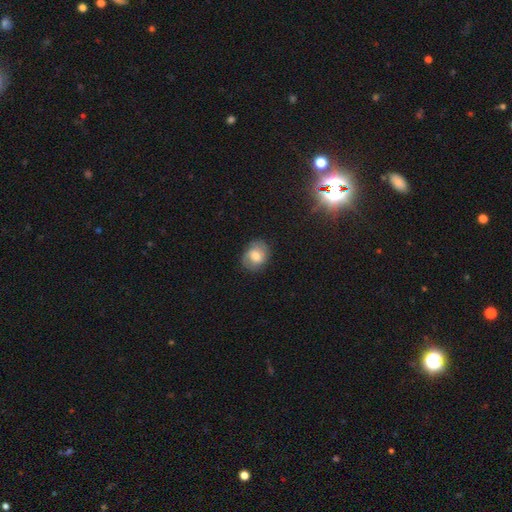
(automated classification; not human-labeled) A smooth galaxy with no disk features (59%) that is round (50%). Merging: none (78%).